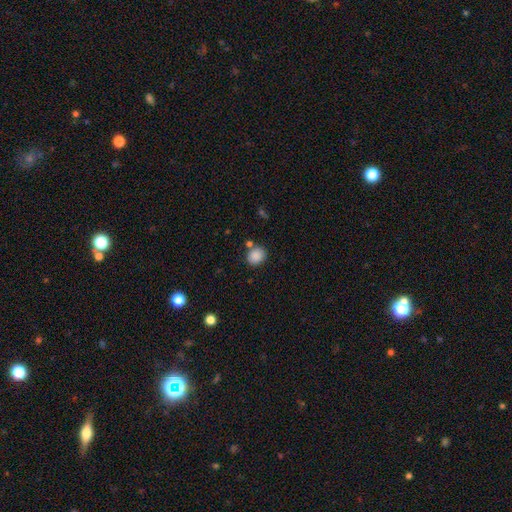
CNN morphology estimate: Q: Smooth or featured?
A: smooth (87%); runner-up: star or artifact (9%)
Q: How rounded?
A: round (64%); runner-up: in between (35%)
Q: Merging?
A: none (77%); runner-up: minor disturbance (11%)